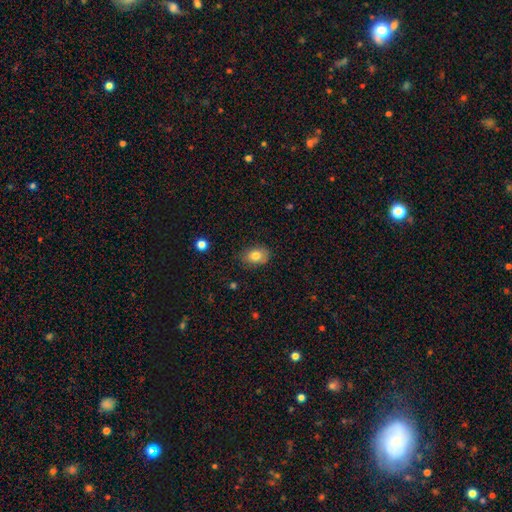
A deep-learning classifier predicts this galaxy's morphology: Q: Smooth or featured?
A: smooth (80%); runner-up: featured or disk (11%)
Q: How rounded?
A: in between (78%); runner-up: round (21%)
Q: Merging?
A: none (79%); runner-up: minor disturbance (16%)